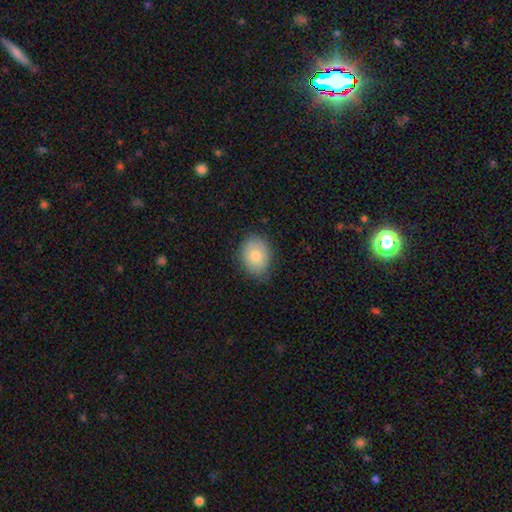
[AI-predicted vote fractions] This is likely a smooth galaxy (79%). How rounded: likely in between (64%). Merging: likely none (75%).